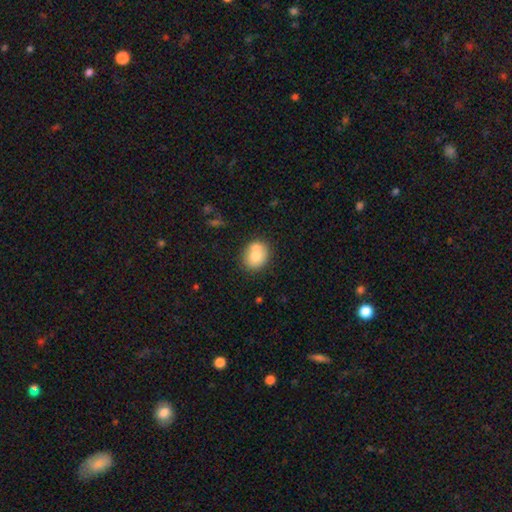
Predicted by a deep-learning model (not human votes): The model was most divided on "merging": none: 54%, merger: 28%, minor disturbance: 14%, major disturbance: 4%. More confident: smooth or featured — smooth (70%); how rounded — round (67%).